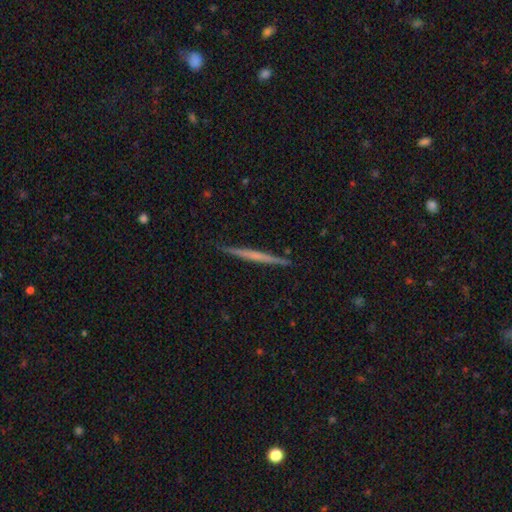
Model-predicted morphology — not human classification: smooth_or_featured: featured or disk (p=0.57) [alt: smooth p=0.37]
disk_edge_on: yes (p=0.98) [alt: no p=0.02]
edge_on_bulge: none (p=0.79) [alt: rounded p=0.14]
merging: none (p=0.91) [alt: minor disturbance p=0.07]